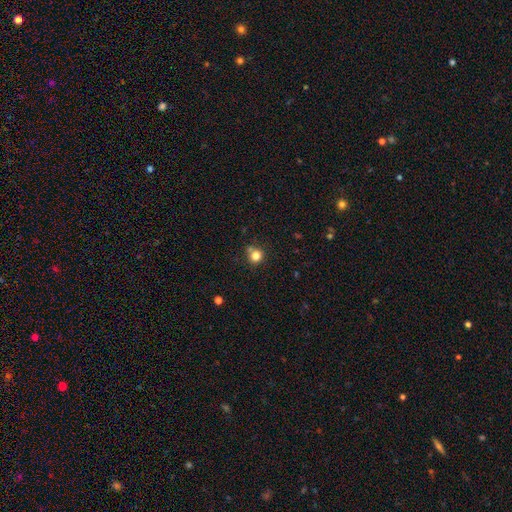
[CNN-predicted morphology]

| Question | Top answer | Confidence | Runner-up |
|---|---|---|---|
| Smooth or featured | smooth | 81% | star or artifact (13%) |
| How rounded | round | 89% | in between (10%) |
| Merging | none | 70% | minor disturbance (15%) |